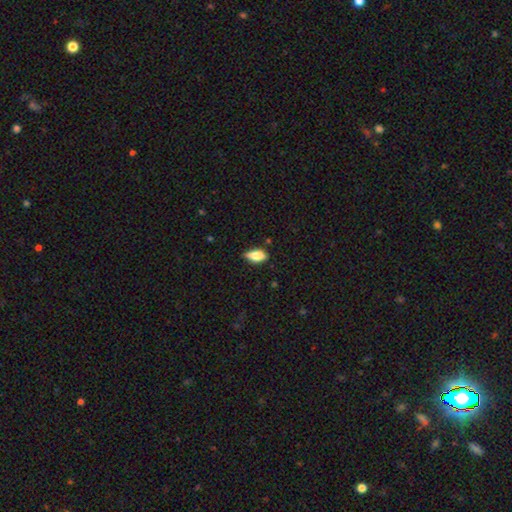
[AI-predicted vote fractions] A smooth galaxy with no disk features (77%) that is in between round and cigar-shaped (84%). Merging: none (75%).